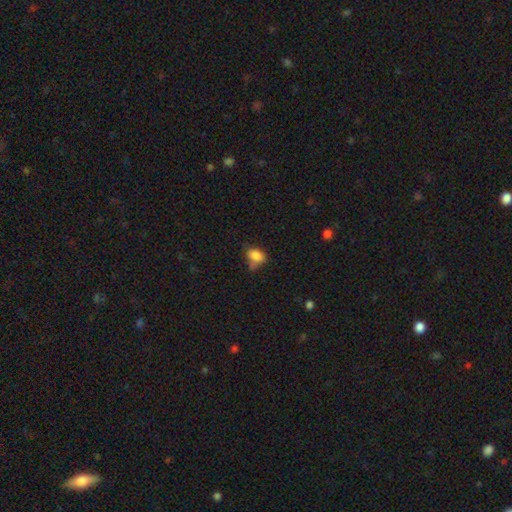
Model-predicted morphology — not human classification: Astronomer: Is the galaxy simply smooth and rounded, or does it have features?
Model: smooth — 82%.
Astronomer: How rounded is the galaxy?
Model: in between — 76%.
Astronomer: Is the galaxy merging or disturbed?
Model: none — 39% (runner-up: minor disturbance, 36%).